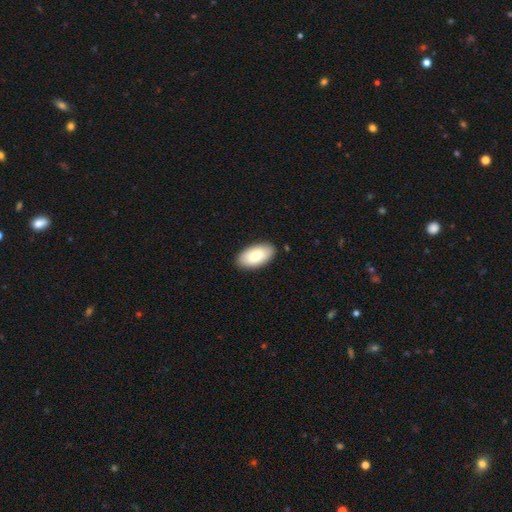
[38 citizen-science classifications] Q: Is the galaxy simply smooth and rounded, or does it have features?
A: smooth — 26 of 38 (68%).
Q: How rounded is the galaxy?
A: in between — 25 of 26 (96%).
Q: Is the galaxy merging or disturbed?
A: none — 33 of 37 (89%).